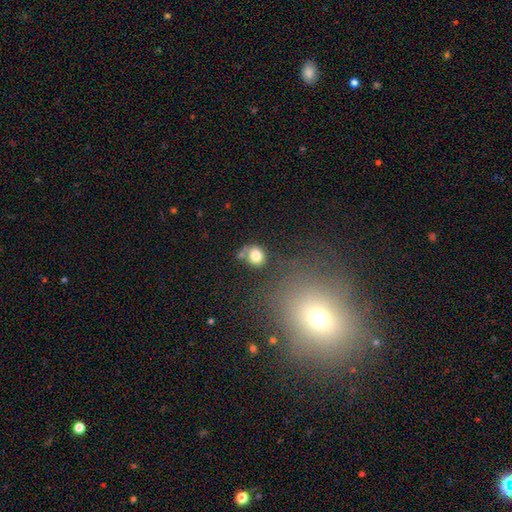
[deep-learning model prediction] Morphology: type=smooth (81%); roundness=round (78%); merging=none (61%).